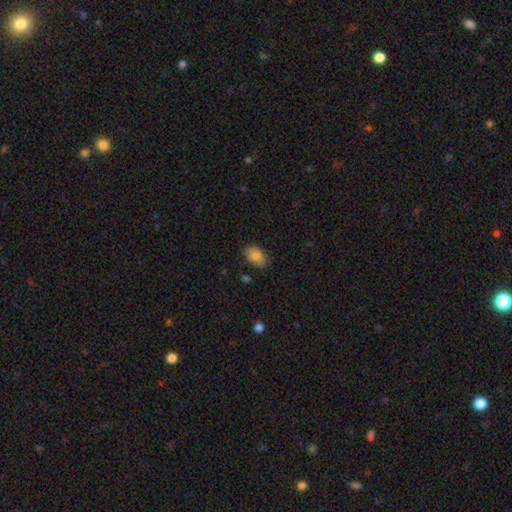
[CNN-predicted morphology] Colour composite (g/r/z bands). It shows a smooth galaxy with no disk features (83%) that is in between round and cigar-shaped (89%). Merging: none (84%).